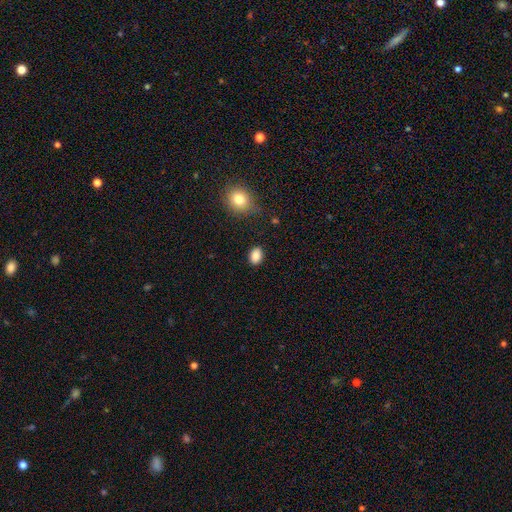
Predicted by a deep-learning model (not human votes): smooth 86%, star or artifact 9%, featured or disk 5%. Down the decision tree: how rounded — in between (76%); merging — none (87%).